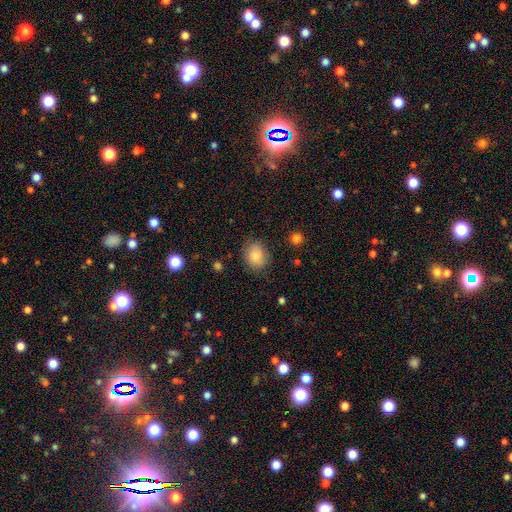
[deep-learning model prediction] smooth-or-featured: smooth: 85% | star or artifact: 8% | featured or disk: 6%
  how-rounded: round: 54% | in between: 45% | cigar-shaped: 1%
  merging: none: 79% | minor disturbance: 15% | major disturbance: 4% | merger: 2%